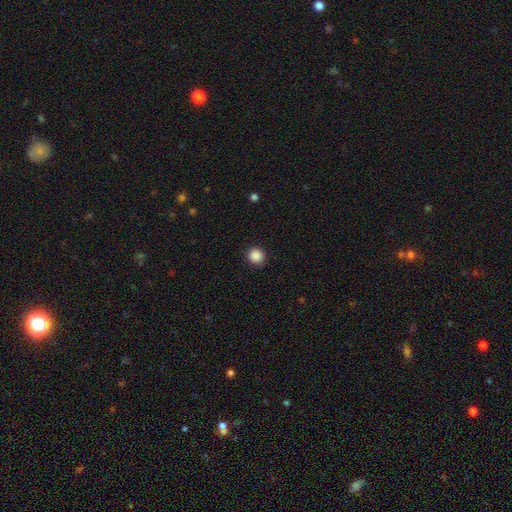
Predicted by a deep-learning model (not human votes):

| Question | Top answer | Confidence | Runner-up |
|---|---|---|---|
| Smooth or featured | smooth | 88% | star or artifact (10%) |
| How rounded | round | 93% | in between (6%) |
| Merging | none | 92% | minor disturbance (5%) |